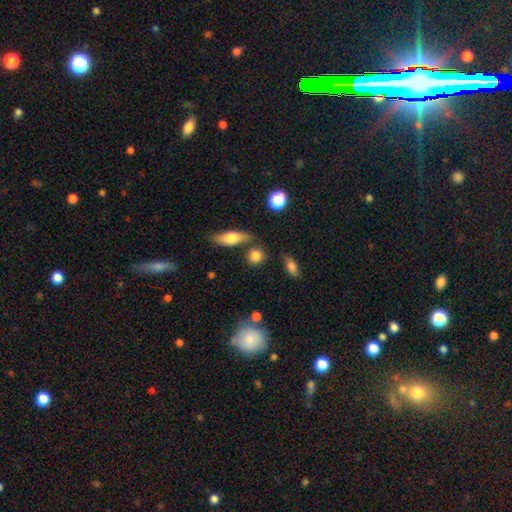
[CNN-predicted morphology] A smooth galaxy with no disk features (80%) that is round (73%).

Vote fractions:
- Smooth or featured? smooth: 80% / star or artifact: 10% / featured or disk: 10%
- How rounded? round: 73% / in between: 22% / cigar-shaped: 5%
- Merging? none: 70% / minor disturbance: 14% / merger: 11% / major disturbance: 5%